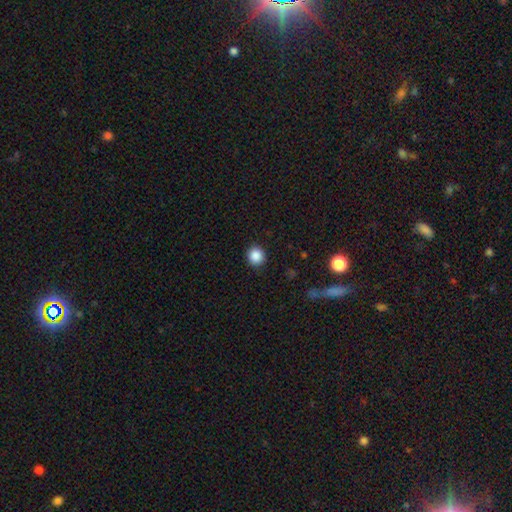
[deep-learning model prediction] smooth 87%, star or artifact 10%, featured or disk 3%. Down the decision tree: how rounded — round (91%); merging — none (90%).